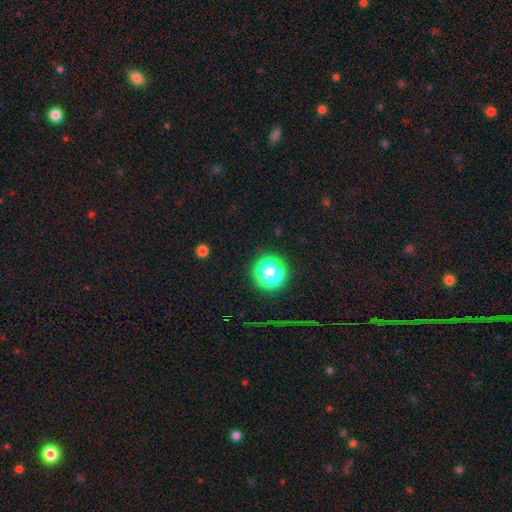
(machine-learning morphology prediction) Smooth or featured?
  - star or artifact: 69% *
  - smooth: 25%
  - featured or disk: 6%